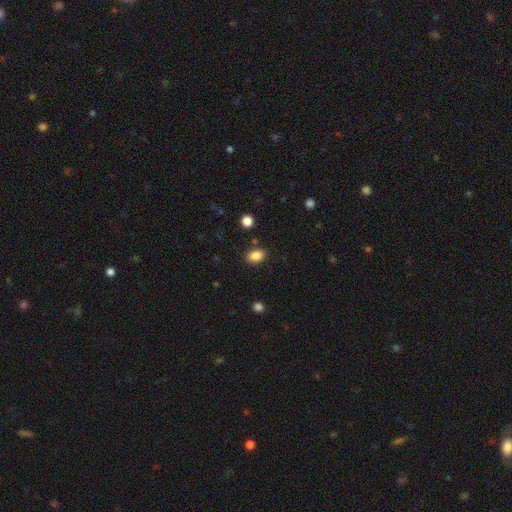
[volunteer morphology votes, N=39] Q: Smooth or featured?
A: smooth (95%); runner-up: star or artifact (5%)
Q: How rounded?
A: in between (62%); runner-up: round (38%)
Q: Merging?
A: none (84%); runner-up: minor disturbance (11%)